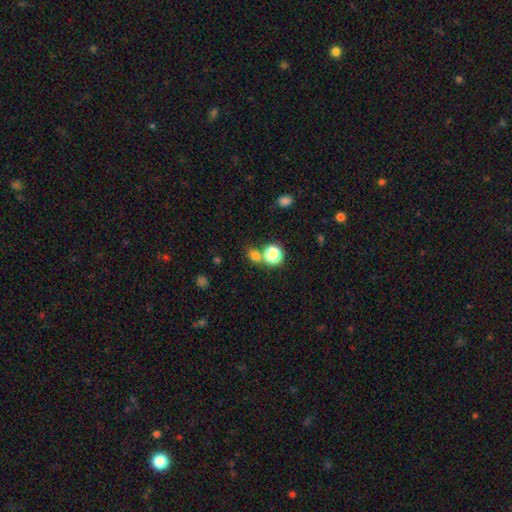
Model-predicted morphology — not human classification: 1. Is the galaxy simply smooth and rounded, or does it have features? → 70% smooth, 24% star or artifact, 7% featured or disk.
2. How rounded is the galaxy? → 71% round, 28% in between, 1% cigar-shaped.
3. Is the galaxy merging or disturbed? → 62% none, 25% merger, 9% minor disturbance, 4% major disturbance.